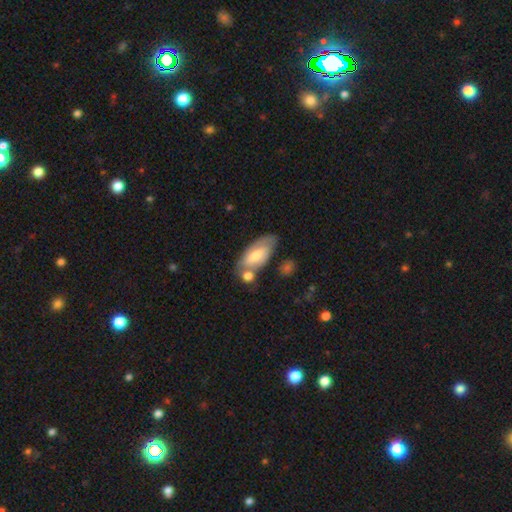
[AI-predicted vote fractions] Q: Smooth or featured?
A: smooth (54%); runner-up: featured or disk (39%)
Q: How rounded?
A: in between (86%); runner-up: cigar-shaped (11%)
Q: Merging?
A: none (55%); runner-up: minor disturbance (20%)